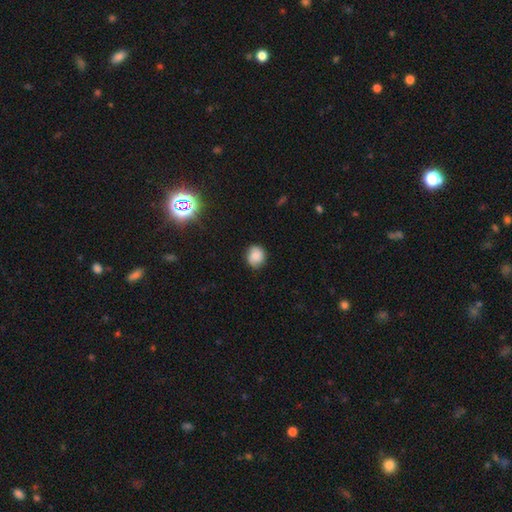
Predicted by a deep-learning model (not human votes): Smooth or featured: smooth — 73% (featured or disk — 15%)
How rounded: round — 74% (in between — 25%)
Merging: none — 81% (minor disturbance — 14%)